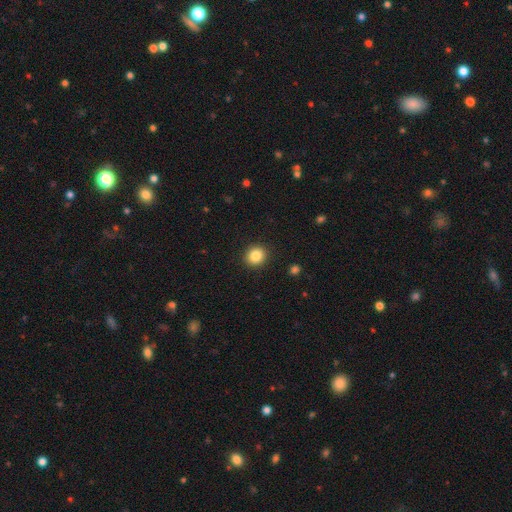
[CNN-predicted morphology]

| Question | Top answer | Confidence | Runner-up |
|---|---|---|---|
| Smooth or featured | smooth | 85% | star or artifact (10%) |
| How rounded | round | 84% | in between (15%) |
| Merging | none | 91% | minor disturbance (6%) |